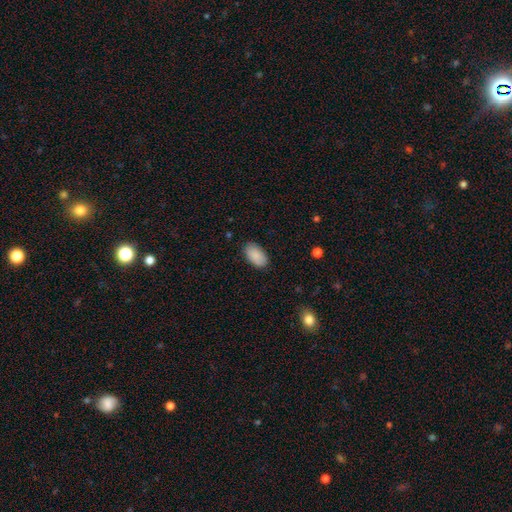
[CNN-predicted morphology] smooth_or_featured: smooth (p=0.89) [alt: star or artifact p=0.06]
how_rounded: in between (p=0.95) [alt: round p=0.04]
merging: none (p=0.86) [alt: minor disturbance p=0.11]